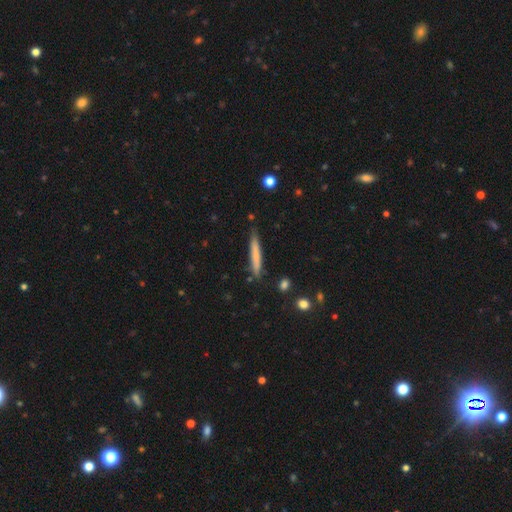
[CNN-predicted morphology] This is likely a smooth galaxy (70%). How rounded: clearly cigar-shaped (95%). Merging: clearly none (82%).